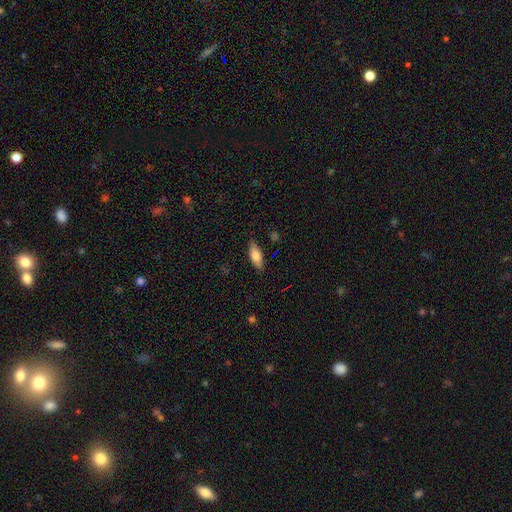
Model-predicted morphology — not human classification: type=smooth (78%); roundness=in between (75%); merging=none (81%).